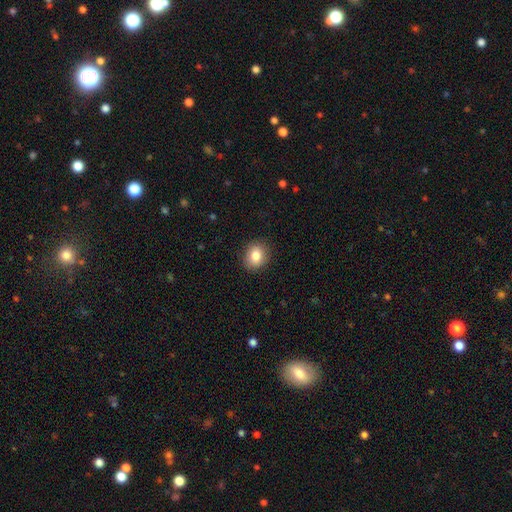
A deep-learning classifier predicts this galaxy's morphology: The model was most divided on "how rounded": round: 59%, in between: 40%, cigar-shaped: 1%. More confident: merging — none (88%); smooth or featured — smooth (83%).